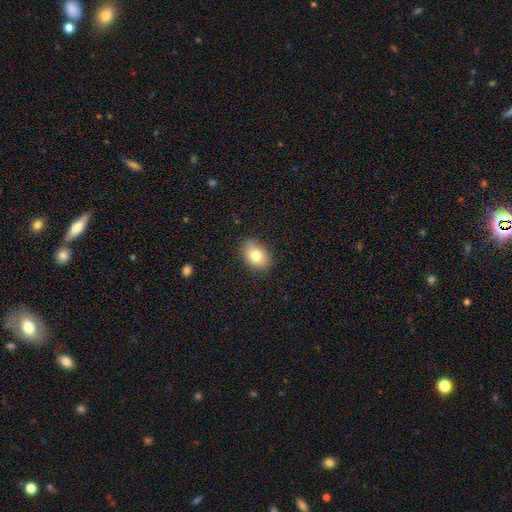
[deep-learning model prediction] Morphology: type=smooth (79%); roundness=in between (74%); merging=none (82%).